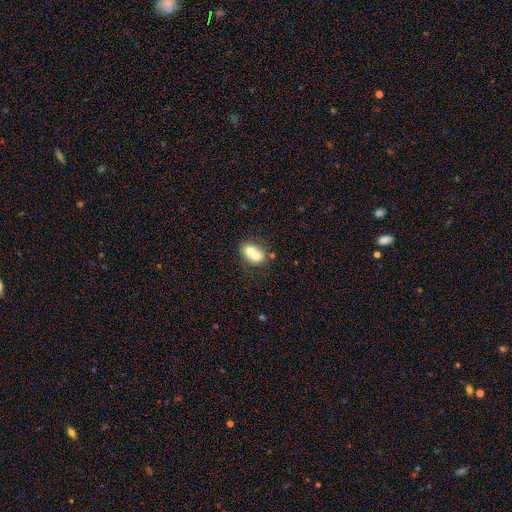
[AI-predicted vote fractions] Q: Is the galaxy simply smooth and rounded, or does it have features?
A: smooth — 63%.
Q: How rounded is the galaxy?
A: in between — 50%.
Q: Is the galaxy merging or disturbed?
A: merger — 64%.